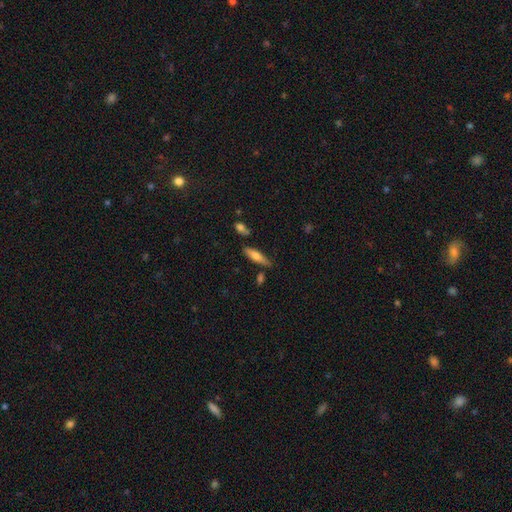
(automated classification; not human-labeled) The model was most divided on "smooth or featured": smooth: 61%, featured or disk: 33%, star or artifact: 7%. More confident: merging — none (75%); how rounded — cigar-shaped (71%).